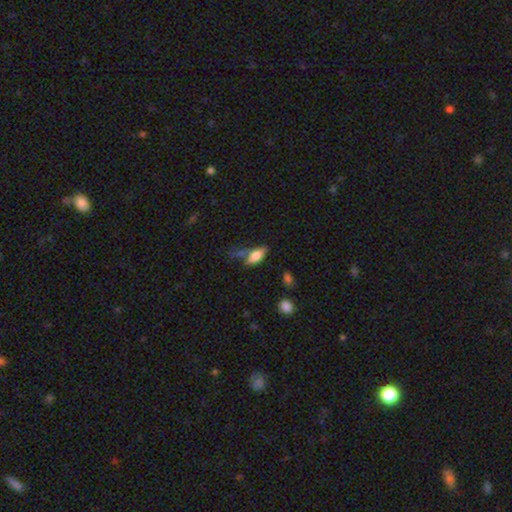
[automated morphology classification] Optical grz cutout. It shows a smooth galaxy with no disk features (70%) that is in between round and cigar-shaped (79%). Merging: none (43%).